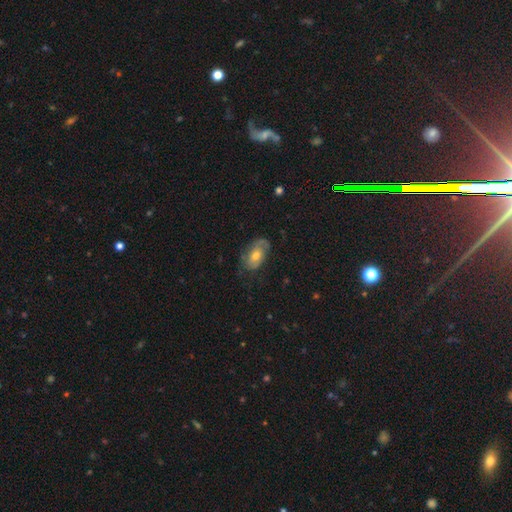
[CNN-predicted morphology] Smooth or featured? Predicted: featured or disk (p=0.56). Edge-on disk? Predicted: no (p=0.93). Bar? Predicted: no (p=0.74). Spiral arms? Predicted: yes (p=0.73). Bulge size? Predicted: moderate (p=0.66). Merging? Predicted: none (p=0.62).